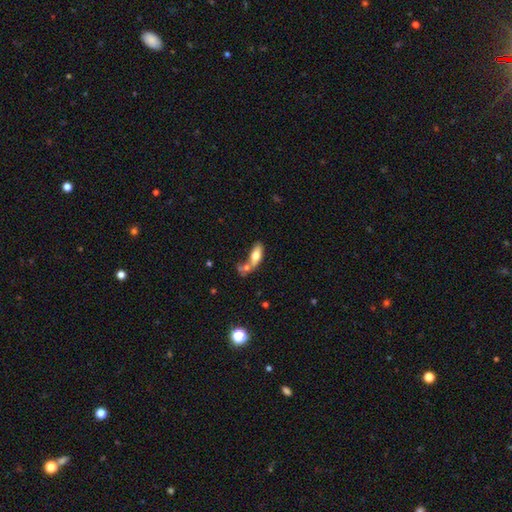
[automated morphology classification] This is likely a smooth galaxy (68%). How rounded: likely in between (76%). Merging: marginally merger (42%).